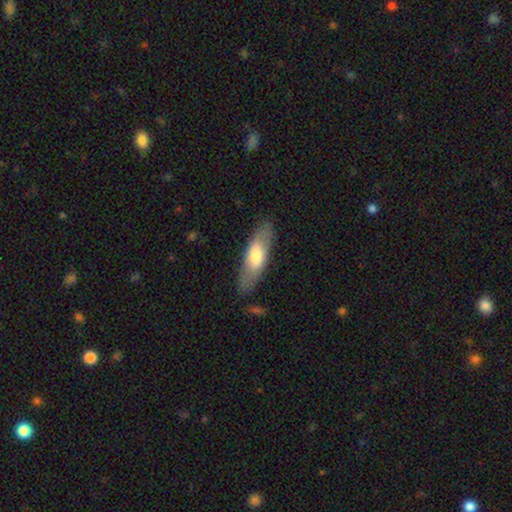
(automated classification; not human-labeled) smooth-or-featured: smooth: 65% | featured or disk: 30% | star or artifact: 5%
  how-rounded: in between: 54% | cigar-shaped: 44% | round: 2%
  merging: none: 81% | minor disturbance: 13% | major disturbance: 4% | merger: 2%